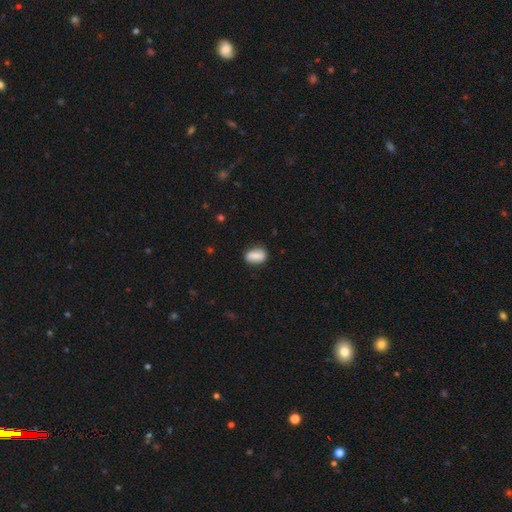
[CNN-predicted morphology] This appears to be a smooth galaxy with no disk features (62%) that is in between round and cigar-shaped (77%). Merging: none (77%).